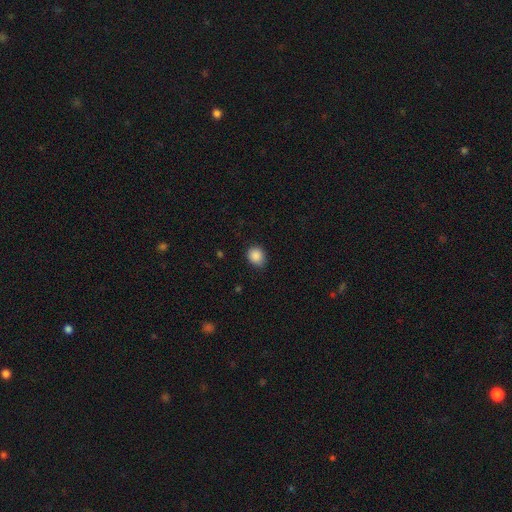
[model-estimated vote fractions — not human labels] Smooth or featured: smooth — 88% (star or artifact — 9%)
How rounded: round — 68% (in between — 31%)
Merging: none — 81% (minor disturbance — 15%)